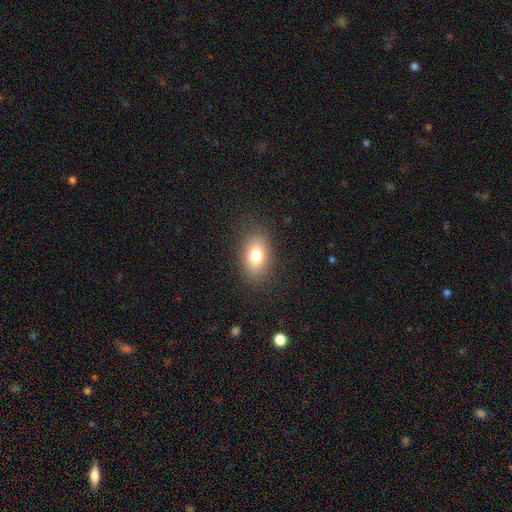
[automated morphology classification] type=smooth (78%); roundness=in between (85%); merging=none (85%).